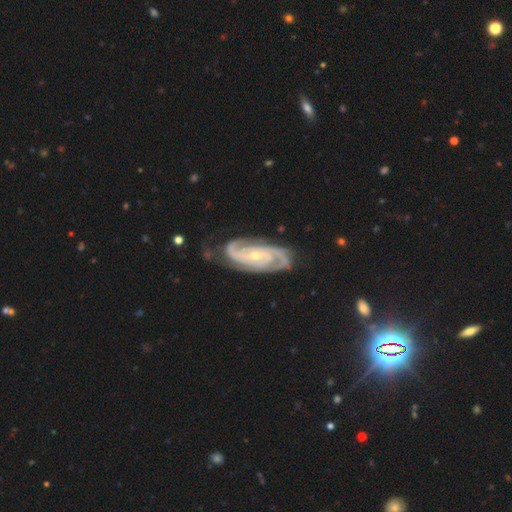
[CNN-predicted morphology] featured or disk 91%, star or artifact 4%, smooth 4%. Down the decision tree: edge-on disk — no (96%); bar — no (61%); spiral arms — yes (98%); spiral arm count — 2 (57%); spiral winding — tight (63%); bulge size — small (68%); merging — none (75%).